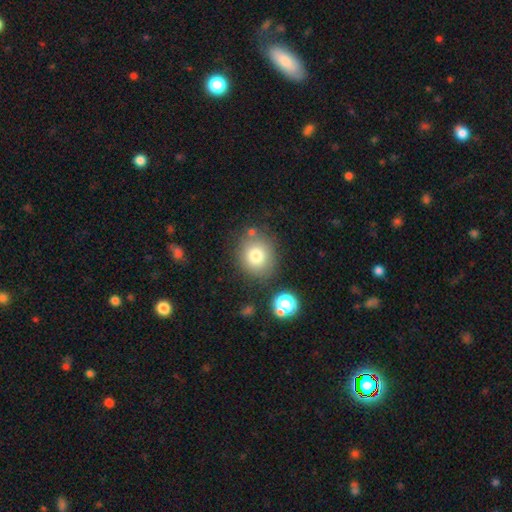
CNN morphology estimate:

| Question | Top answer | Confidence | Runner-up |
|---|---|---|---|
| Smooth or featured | smooth | 77% | star or artifact (12%) |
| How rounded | round | 82% | in between (17%) |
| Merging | none | 77% | minor disturbance (12%) |